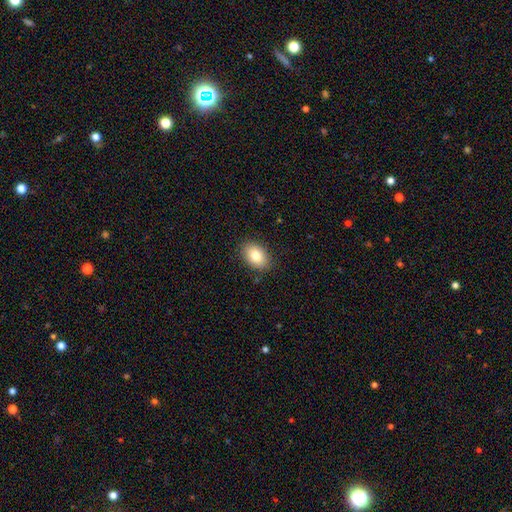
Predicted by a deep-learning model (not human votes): Smooth or featured?
  - smooth: 82% *
  - featured or disk: 10%
  - star or artifact: 8%
How rounded?
  - in between: 84% *
  - round: 15%
  - cigar-shaped: 1%
Merging?
  - none: 87% *
  - minor disturbance: 9%
  - major disturbance: 2%
  - merger: 1%